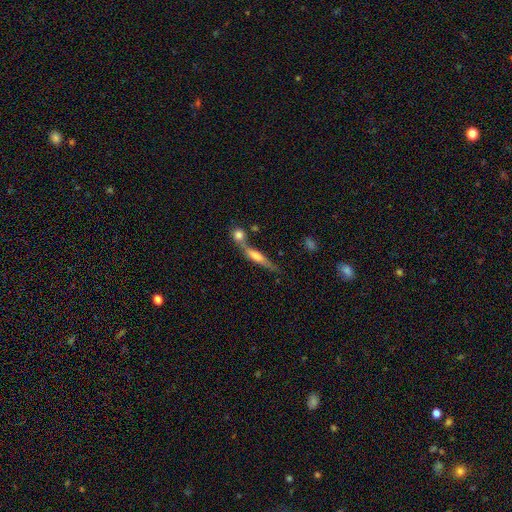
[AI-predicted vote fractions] Overall: featured or disk (56%; smooth 33%). Edge-on disk: yes (87%). Merging: none (48%; merger 35%).